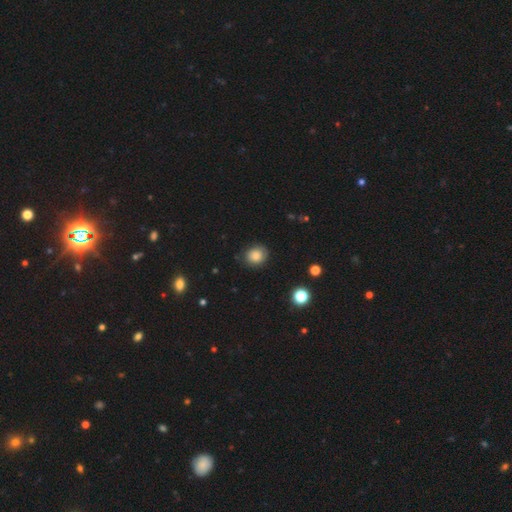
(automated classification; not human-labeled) Overall: smooth (83%). How rounded: round (72%). Merging: none (83%).